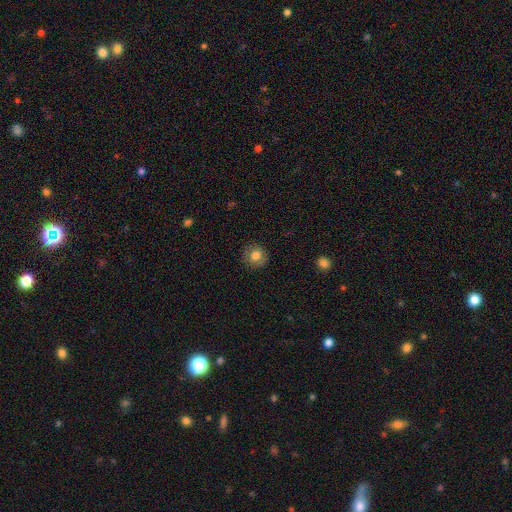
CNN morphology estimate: This appears to be a smooth galaxy with no disk features (78%) that is round (88%). Merging: none (87%).